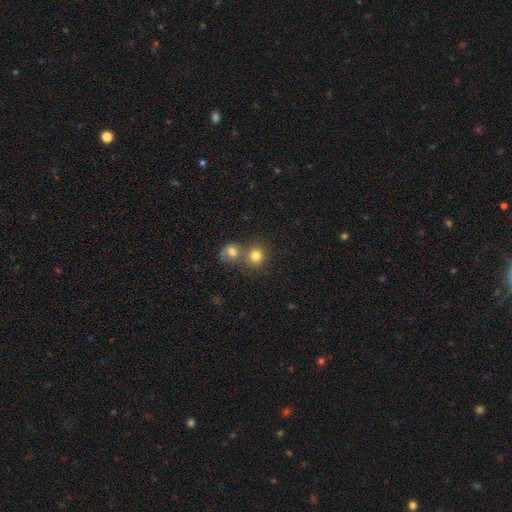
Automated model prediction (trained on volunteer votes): Overall: smooth (80%). How rounded: round (85%). Merging: none (50%; merger 40%).